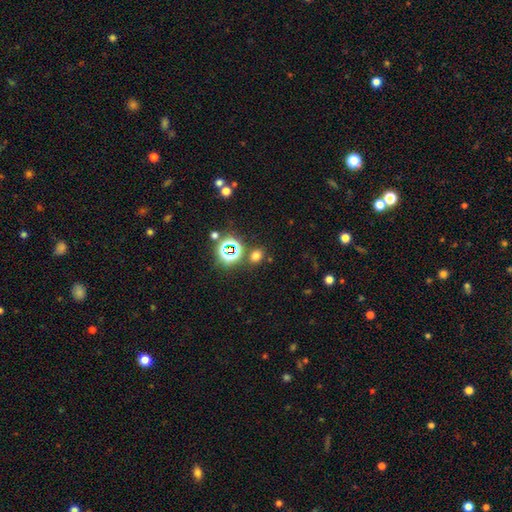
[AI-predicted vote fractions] Smooth or featured: smooth — 62% (star or artifact — 32%)
How rounded: round — 55% (in between — 43%)
Merging: none — 80% (minor disturbance — 9%)